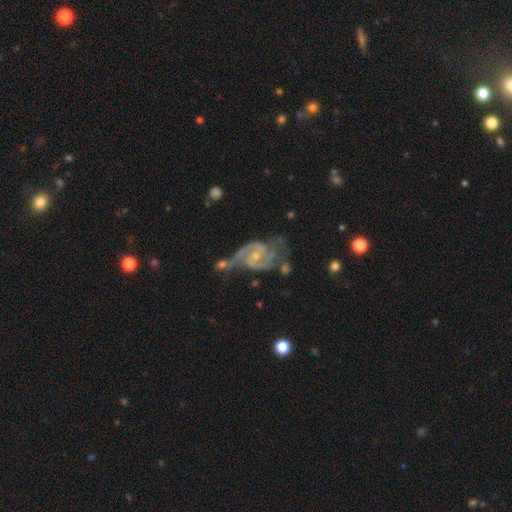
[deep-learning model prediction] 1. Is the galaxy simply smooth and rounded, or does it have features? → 91% featured or disk, 5% star or artifact, 4% smooth.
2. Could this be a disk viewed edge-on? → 98% no, 2% yes.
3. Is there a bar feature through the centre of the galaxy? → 46% no, 43% weak, 11% strong.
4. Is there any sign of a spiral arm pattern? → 97% yes, 3% no.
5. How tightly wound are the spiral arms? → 55% medium, 27% tight, 18% loose.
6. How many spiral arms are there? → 86% 2, 5% 3, 4% can't tell, 3% 1, 1% 4, 1% more than 4.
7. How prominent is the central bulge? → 64% small, 31% moderate, 3% none, 1% large, 1% dominant.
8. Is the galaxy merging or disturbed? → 38% none, 24% minor disturbance, 20% major disturbance, 18% merger.